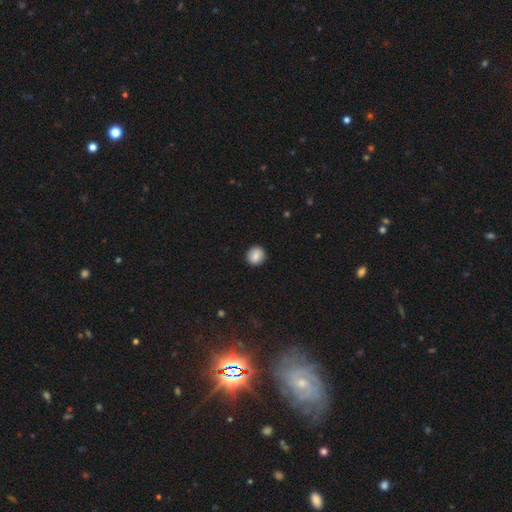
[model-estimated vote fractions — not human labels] This is clearly a smooth galaxy (82%). How rounded: clearly round (88%). Merging: clearly none (90%).